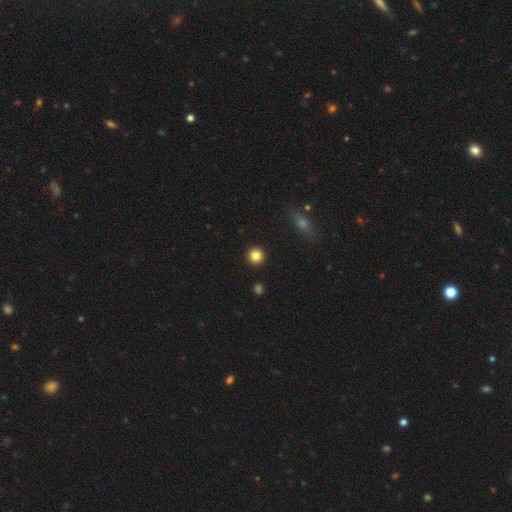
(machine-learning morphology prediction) smooth 85%, star or artifact 10%, featured or disk 5%. Down the decision tree: how rounded — round (95%); merging — none (93%).